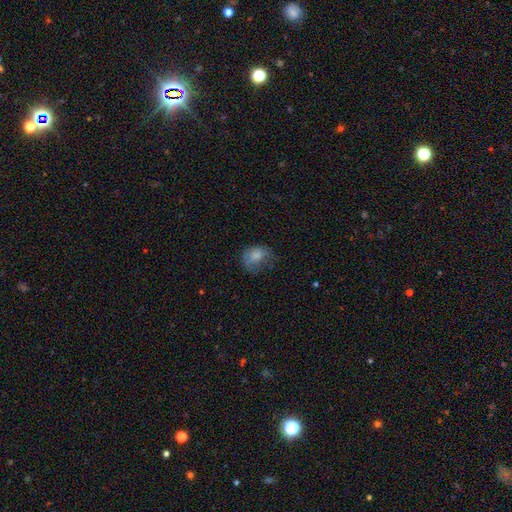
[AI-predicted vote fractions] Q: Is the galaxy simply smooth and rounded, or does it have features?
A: smooth — 73%.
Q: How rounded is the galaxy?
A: in between — 57%.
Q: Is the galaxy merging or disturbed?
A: none — 39%.